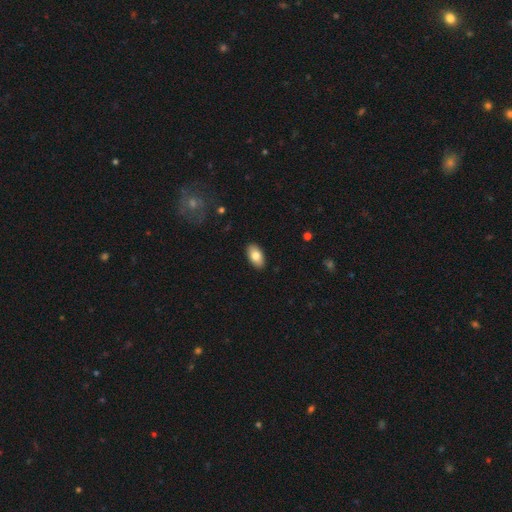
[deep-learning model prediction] The model was most divided on "smooth or featured": smooth: 80%, featured or disk: 14%, star or artifact: 6%. More confident: how rounded — in between (94%); merging — none (90%).